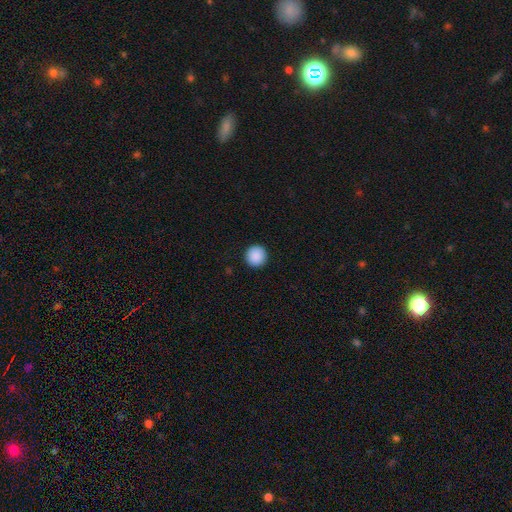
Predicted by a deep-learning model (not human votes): smooth 90%, star or artifact 8%, featured or disk 2%. Down the decision tree: how rounded — round (95%); merging — none (93%).